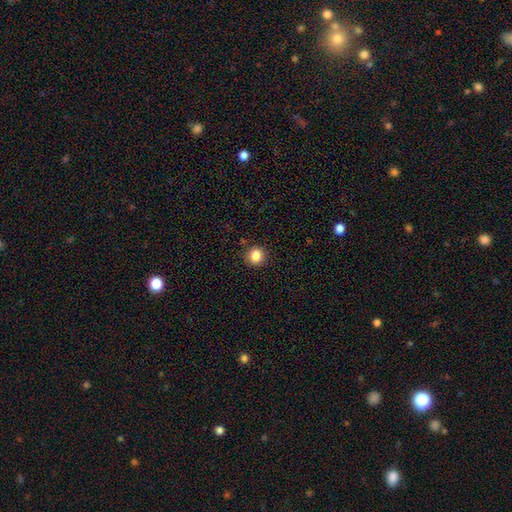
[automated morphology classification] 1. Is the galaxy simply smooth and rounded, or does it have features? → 85% smooth, 11% star or artifact, 5% featured or disk.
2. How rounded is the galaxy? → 89% round, 10% in between, 1% cigar-shaped.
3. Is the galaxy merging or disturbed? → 89% none, 7% minor disturbance, 2% major disturbance, 2% merger.